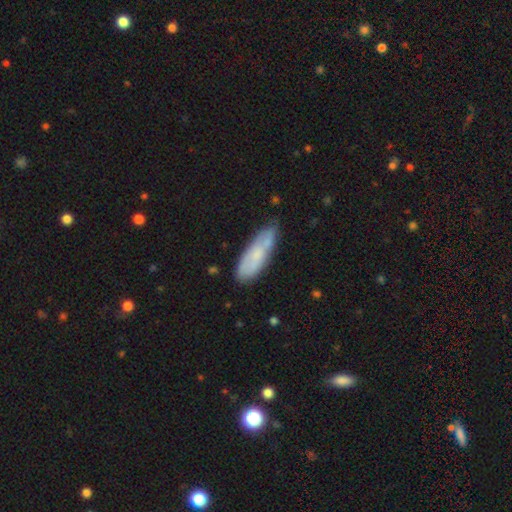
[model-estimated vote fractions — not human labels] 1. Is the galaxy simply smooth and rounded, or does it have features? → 62% smooth, 31% featured or disk, 7% star or artifact.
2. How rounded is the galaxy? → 51% in between, 47% cigar-shaped, 2% round.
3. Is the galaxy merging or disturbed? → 69% none, 23% minor disturbance, 4% major disturbance, 4% merger.